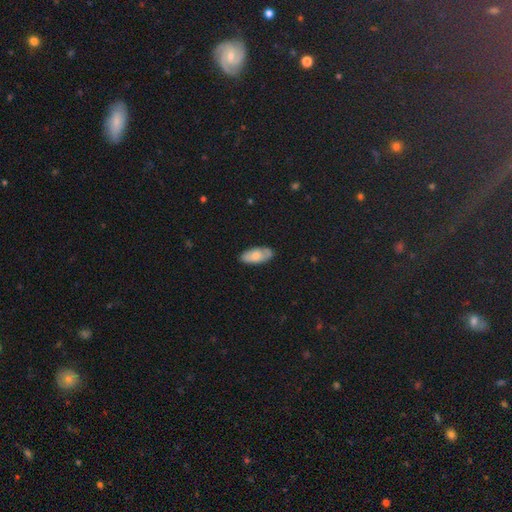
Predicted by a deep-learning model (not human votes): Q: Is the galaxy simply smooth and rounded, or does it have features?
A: smooth — 70%.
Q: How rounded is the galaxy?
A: in between — 89%.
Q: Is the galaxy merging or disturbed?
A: none — 80%.